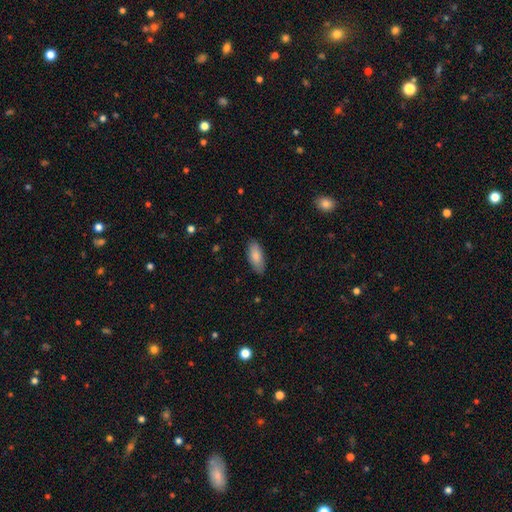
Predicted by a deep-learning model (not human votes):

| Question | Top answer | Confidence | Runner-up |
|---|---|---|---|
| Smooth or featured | smooth | 85% | featured or disk (9%) |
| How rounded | in between | 82% | cigar-shaped (16%) |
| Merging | none | 84% | minor disturbance (13%) |